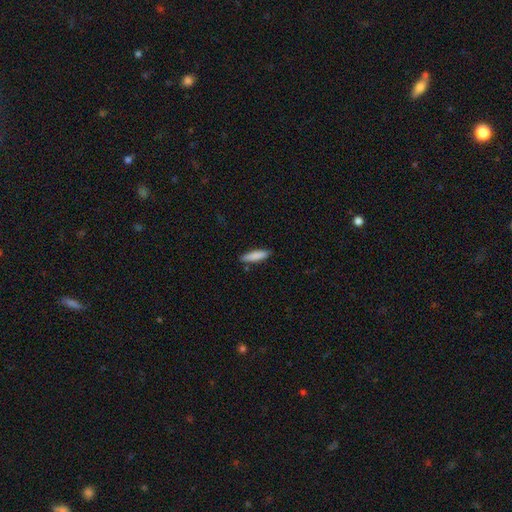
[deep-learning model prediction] The model was most divided on "how rounded": cigar-shaped: 74%, in between: 25%, round: 1%. More confident: merging — none (86%); smooth or featured — smooth (85%).